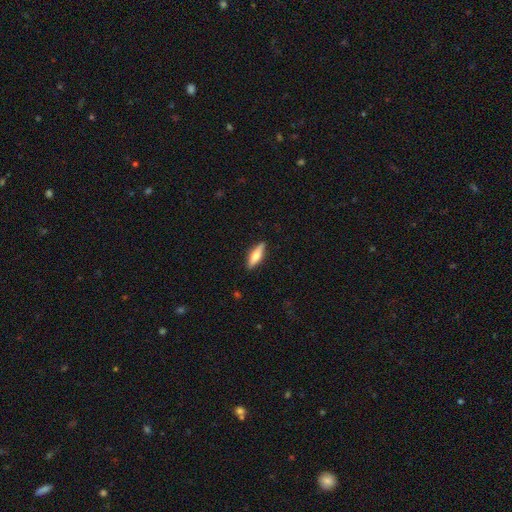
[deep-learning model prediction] Q: Smooth or featured?
A: smooth (60%); runner-up: featured or disk (35%)
Q: How rounded?
A: cigar-shaped (58%); runner-up: in between (40%)
Q: Merging?
A: none (88%); runner-up: minor disturbance (9%)